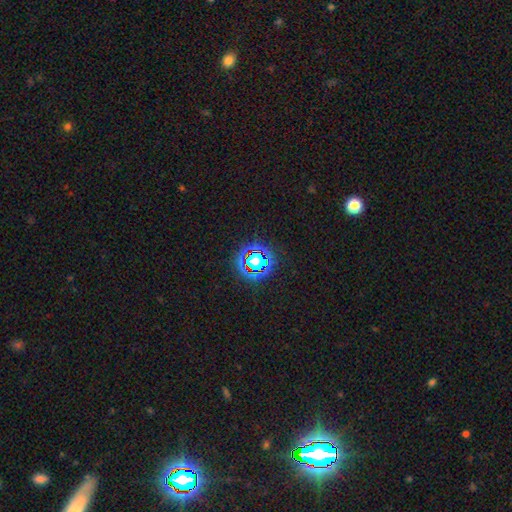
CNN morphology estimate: The model was most divided on "smooth or featured": star or artifact: 63%, smooth: 25%, featured or disk: 12%.